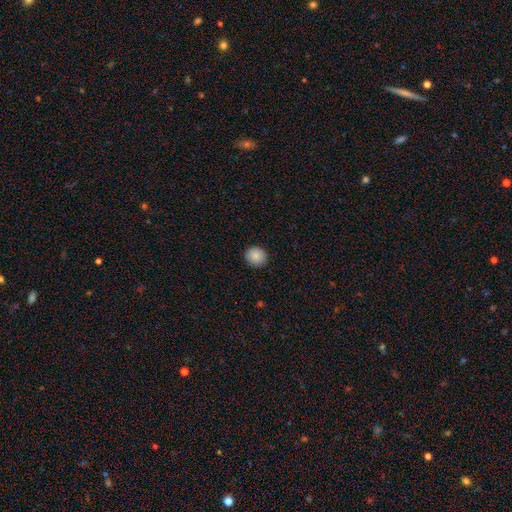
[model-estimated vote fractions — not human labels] Smooth or featured: smooth — 87% (star or artifact — 8%)
How rounded: round — 85% (in between — 14%)
Merging: none — 90% (minor disturbance — 8%)